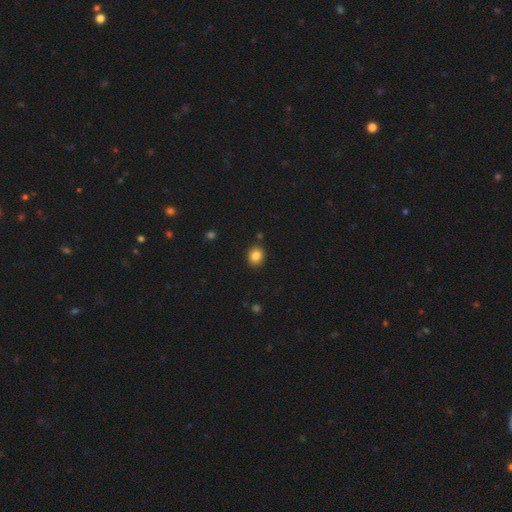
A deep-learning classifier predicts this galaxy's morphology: Smooth or featured: smooth — 84% (star or artifact — 10%)
How rounded: round — 70% (in between — 29%)
Merging: none — 89% (minor disturbance — 7%)